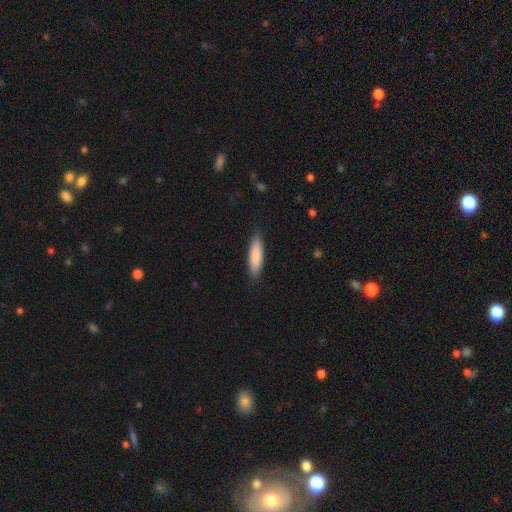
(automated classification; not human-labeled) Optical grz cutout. It shows a smooth galaxy with no disk features (85%) that is cigar-shaped (67%). Merging: none (86%).